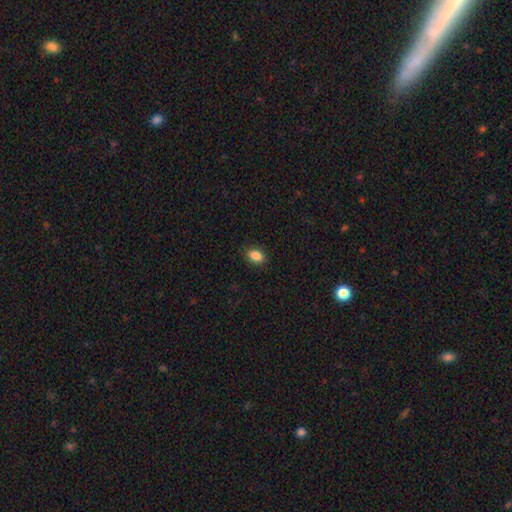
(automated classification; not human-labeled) smooth 87%, star or artifact 9%, featured or disk 4%. Down the decision tree: how rounded — in between (81%); merging — none (88%).